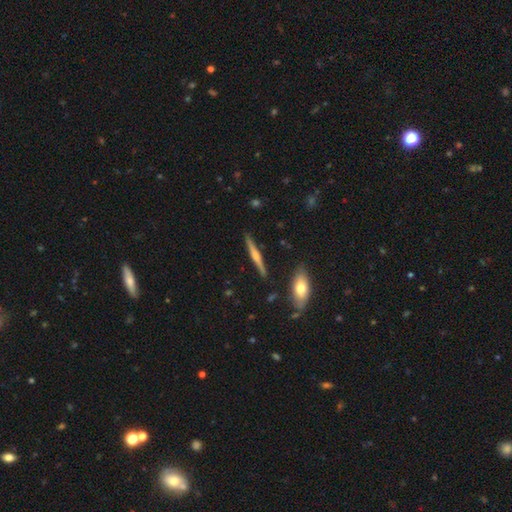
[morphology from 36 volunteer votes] smooth_or_featured: featured or disk (p=0.50) [alt: smooth p=0.44]
disk_edge_on: yes (p=1.00)
edge_on_bulge: rounded (p=0.39) [alt: boxy p=0.33]
merging: none (p=0.88) [alt: minor disturbance p=0.09]